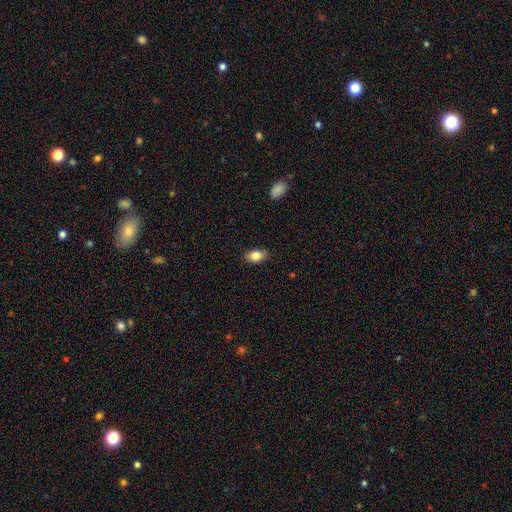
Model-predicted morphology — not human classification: This is clearly a smooth galaxy (84%). How rounded: clearly in between (89%). Merging: clearly none (87%).